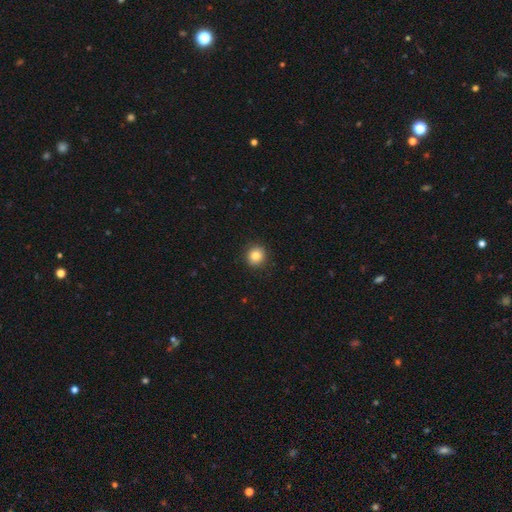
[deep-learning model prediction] This is clearly a smooth galaxy (82%). How rounded: clearly round (89%). Merging: clearly none (91%).